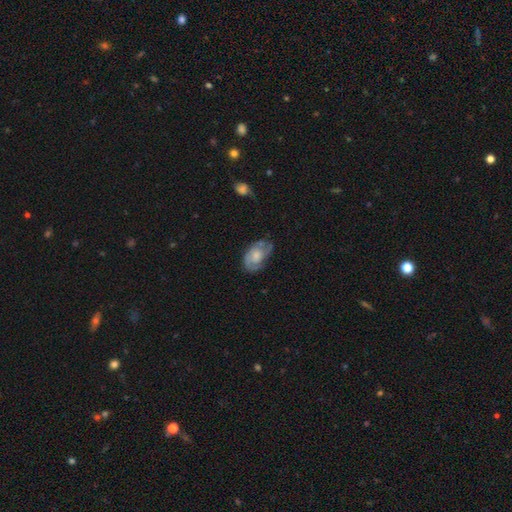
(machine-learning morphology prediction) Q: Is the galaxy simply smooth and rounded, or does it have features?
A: featured or disk — 64%.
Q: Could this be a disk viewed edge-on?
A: no — 96%.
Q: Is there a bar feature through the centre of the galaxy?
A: no — 76%.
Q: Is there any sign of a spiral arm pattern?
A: yes — 82%.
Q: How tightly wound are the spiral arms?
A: tight — 41%, tied with medium.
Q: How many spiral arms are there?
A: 2 — 49%.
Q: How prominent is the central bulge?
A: moderate — 40%.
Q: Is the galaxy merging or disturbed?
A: none — 57%.